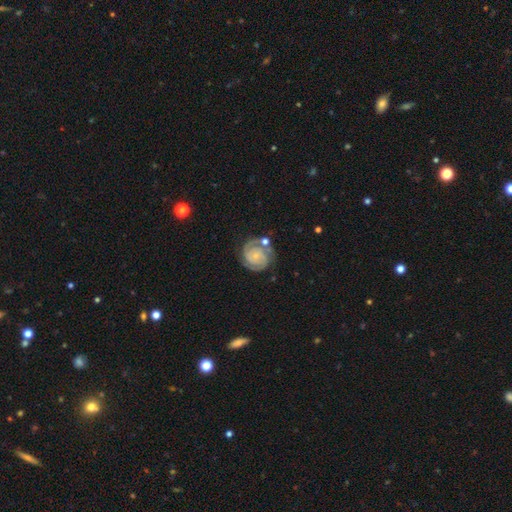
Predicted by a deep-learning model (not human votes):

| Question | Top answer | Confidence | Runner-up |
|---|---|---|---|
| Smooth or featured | featured or disk | 84% | smooth (10%) |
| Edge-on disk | no | 98% | yes (2%) |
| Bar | no | 72% | weak (22%) |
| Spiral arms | yes | 97% | no (3%) |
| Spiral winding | tight | 72% | medium (24%) |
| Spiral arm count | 2 | 71% | 3 (14%) |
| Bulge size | small | 73% | moderate (15%) |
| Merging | none | 67% | minor disturbance (16%) |